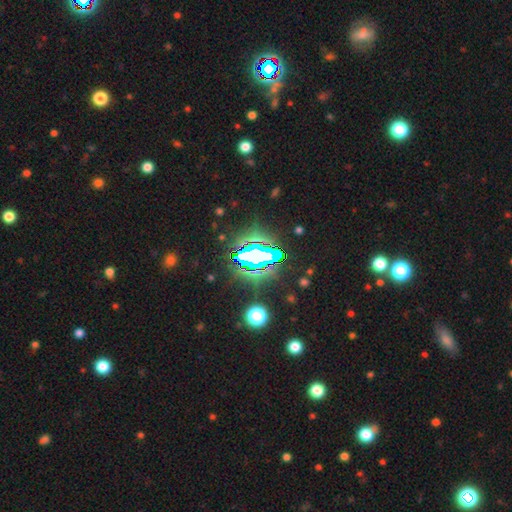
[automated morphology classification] Smooth or featured? star or artifact (72%)